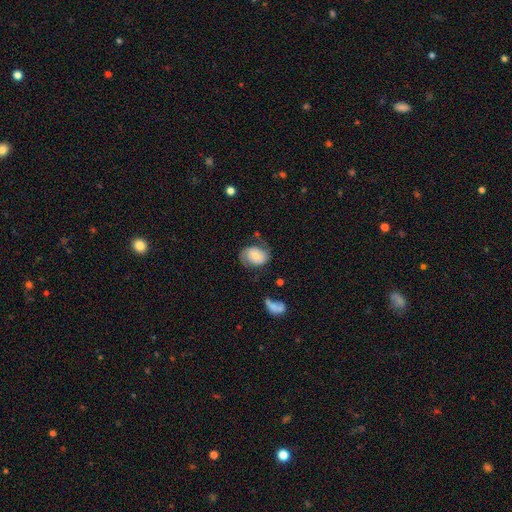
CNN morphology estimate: The model was most divided on "smooth or featured": featured or disk: 48%, smooth: 45%, star or artifact: 8%. More confident: merging — none (53%).